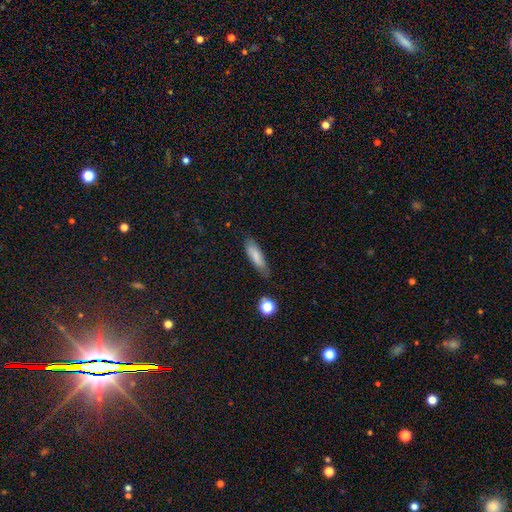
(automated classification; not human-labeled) Smooth or featured: smooth — 78% (featured or disk — 14%)
How rounded: cigar-shaped — 54% (in between — 44%)
Merging: none — 71% (minor disturbance — 22%)